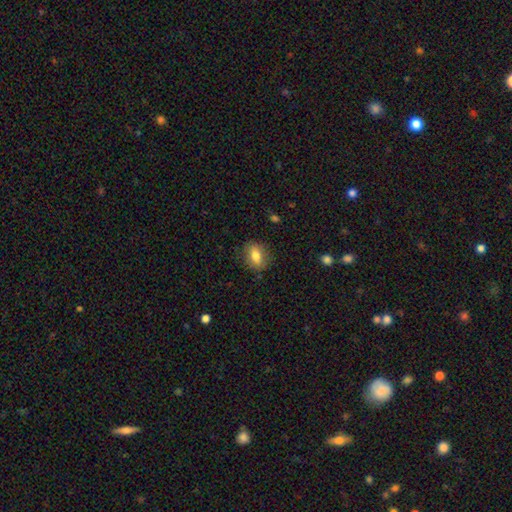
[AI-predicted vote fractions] Smooth or featured? Predicted: smooth (p=0.77). How rounded? Predicted: in between (p=0.68). Merging? Predicted: none (p=0.83).